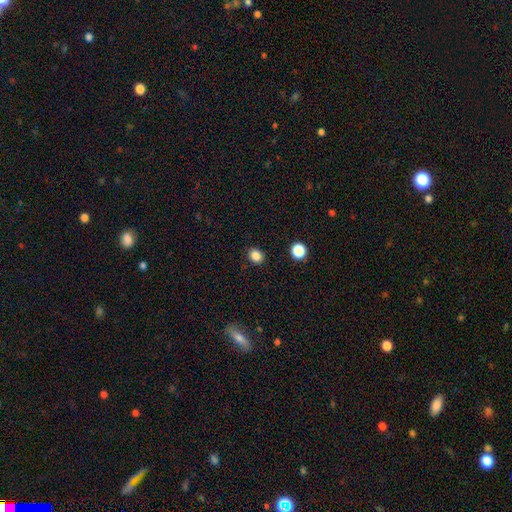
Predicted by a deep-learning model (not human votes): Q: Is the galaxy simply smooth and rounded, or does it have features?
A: smooth — 85%.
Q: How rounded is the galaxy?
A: round — 59%.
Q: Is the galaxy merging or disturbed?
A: none — 89%.